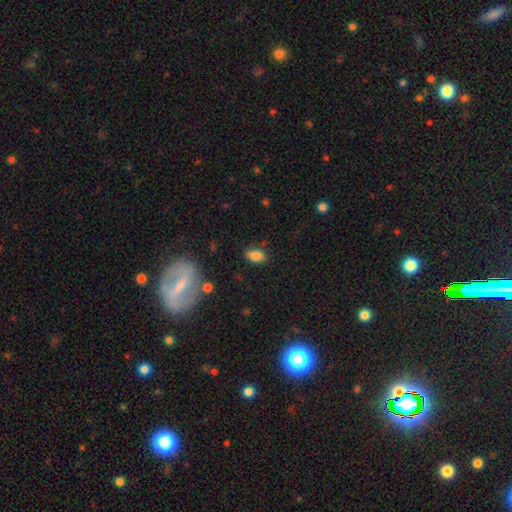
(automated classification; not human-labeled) This is clearly a smooth galaxy (83%). How rounded: clearly in between (90%). Merging: clearly none (82%).